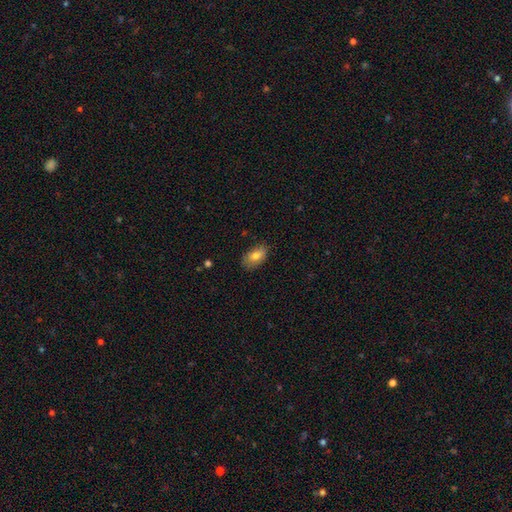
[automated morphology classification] Smooth or featured? Predicted: smooth (p=0.78). How rounded? Predicted: in between (p=0.91). Merging? Predicted: none (p=0.79).